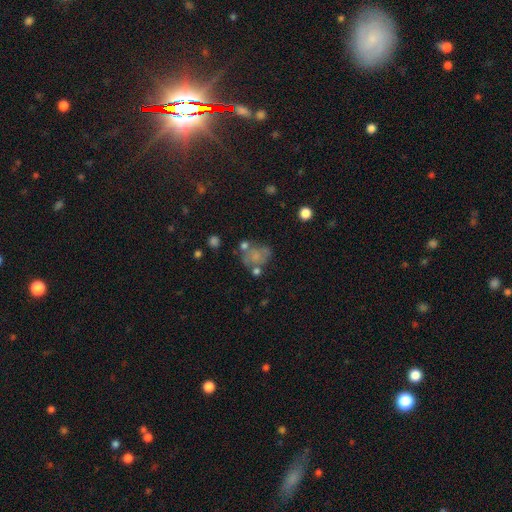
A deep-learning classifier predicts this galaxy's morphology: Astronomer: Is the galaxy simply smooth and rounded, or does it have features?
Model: smooth — 51% (runner-up: featured or disk, 36%).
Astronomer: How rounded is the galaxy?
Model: round — 53% (runner-up: in between, 46%).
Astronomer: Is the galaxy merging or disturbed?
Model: none — 39% (runner-up: merger, 22%).